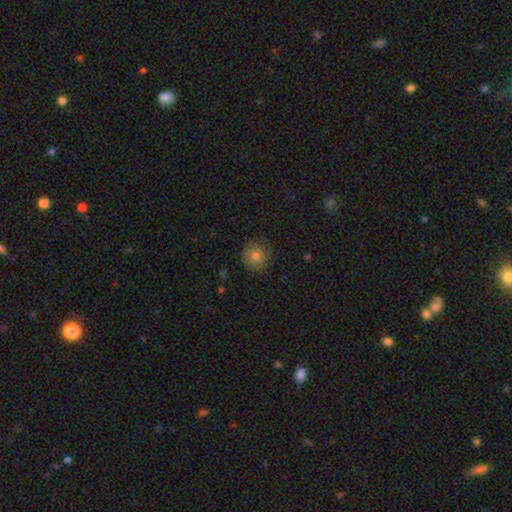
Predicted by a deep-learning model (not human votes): Morphology: type=smooth (81%); roundness=round (90%); merging=none (83%).